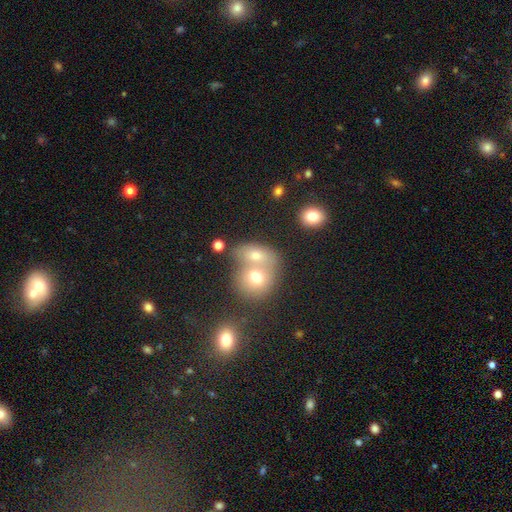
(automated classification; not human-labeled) smooth 70%, featured or disk 18%, star or artifact 12%. Down the decision tree: how rounded — in between (50%); merging — merger (59%).